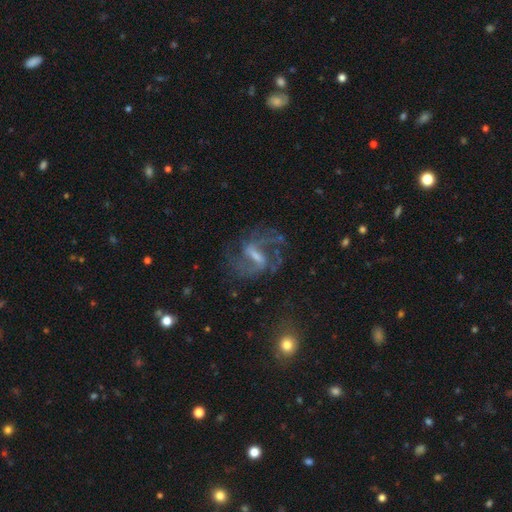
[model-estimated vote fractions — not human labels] Q: Smooth or featured?
A: featured or disk (84%); runner-up: star or artifact (9%)
Q: Edge-on disk?
A: no (96%); runner-up: yes (4%)
Q: Bar?
A: weak (45%); runner-up: strong (43%)
Q: Spiral arms?
A: yes (94%); runner-up: no (6%)
Q: Spiral winding?
A: medium (51%); runner-up: loose (34%)
Q: Spiral arm count?
A: 2 (72%); runner-up: can't tell (10%)
Q: Bulge size?
A: small (41%); runner-up: moderate (33%)
Q: Merging?
A: none (64%); runner-up: major disturbance (17%)